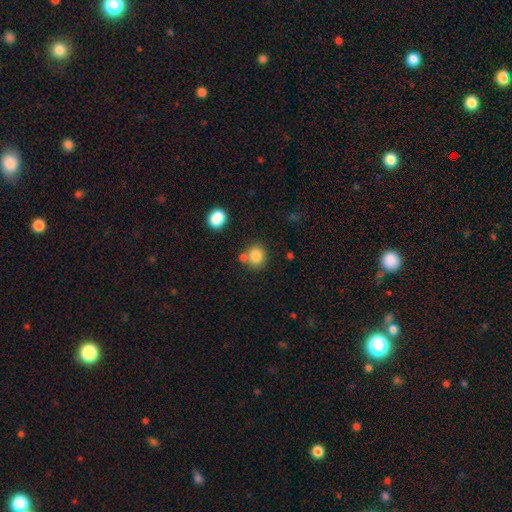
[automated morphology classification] This is clearly a smooth galaxy (84%). How rounded: likely round (78%). Merging: likely none (67%).